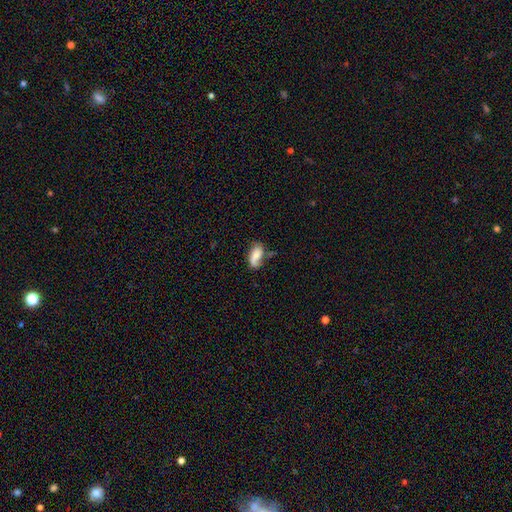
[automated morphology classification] smooth 63%, featured or disk 29%, star or artifact 8%. Down the decision tree: how rounded — in between (90%); merging — none (47%).